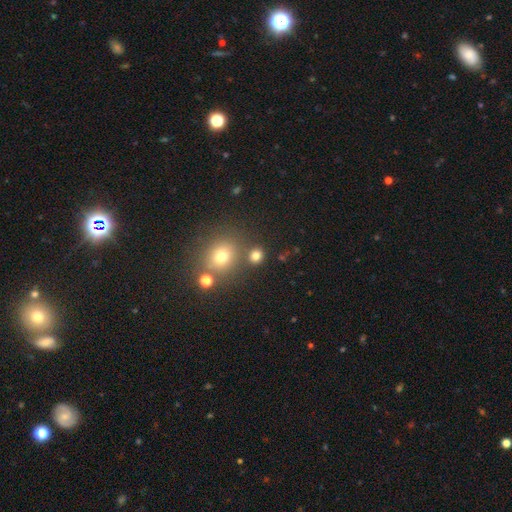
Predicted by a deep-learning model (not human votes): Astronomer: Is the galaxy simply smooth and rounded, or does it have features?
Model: smooth — 76%.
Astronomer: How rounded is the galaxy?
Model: round — 79%.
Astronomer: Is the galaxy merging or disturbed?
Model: none — 75%.